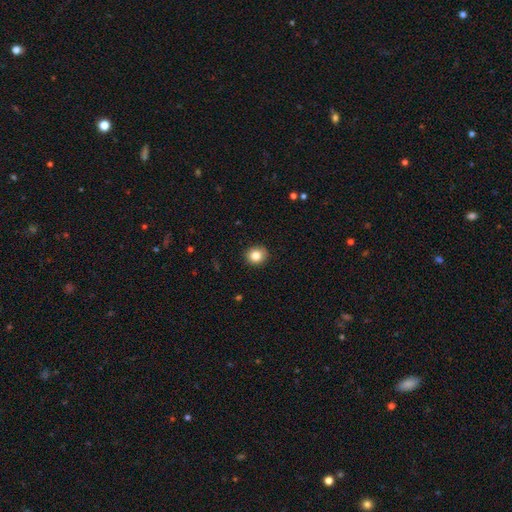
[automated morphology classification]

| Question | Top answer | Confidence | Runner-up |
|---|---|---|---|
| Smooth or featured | smooth | 83% | star or artifact (10%) |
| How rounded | round | 84% | in between (15%) |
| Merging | none | 91% | minor disturbance (6%) |